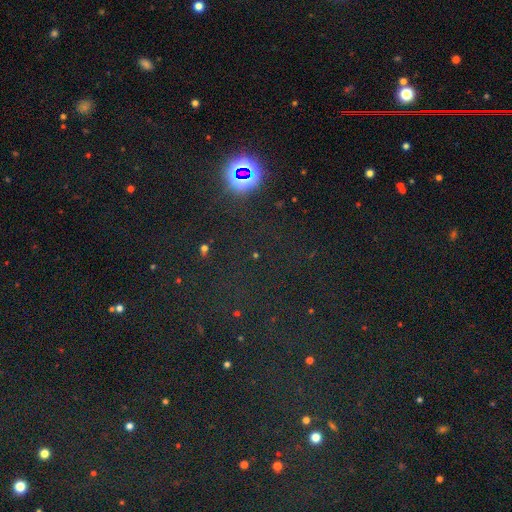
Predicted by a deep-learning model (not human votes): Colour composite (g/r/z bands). It shows a star or artifact, not a galaxy (75%).